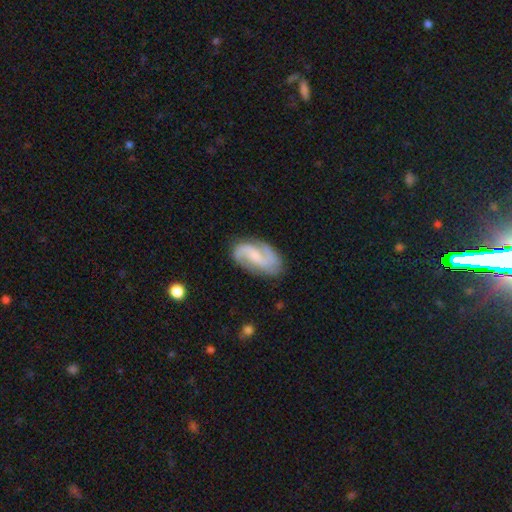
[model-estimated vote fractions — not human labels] Morphology: type=featured or disk (81%); edge-on=no (97%); bar=weak (46%); spiral arms=yes (96%); winding=medium (46%); arm count=2 (86%); bulge=small (48%); merging=none (76%).